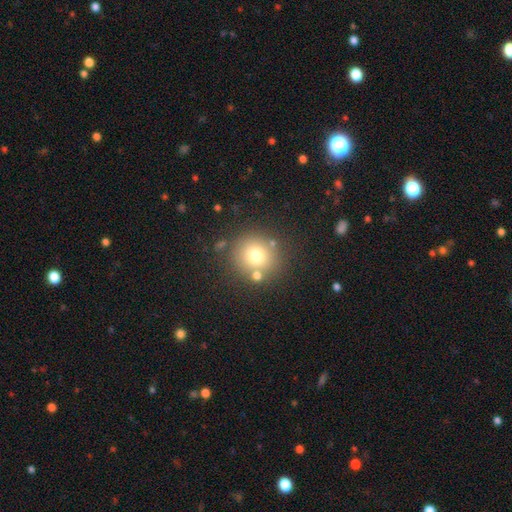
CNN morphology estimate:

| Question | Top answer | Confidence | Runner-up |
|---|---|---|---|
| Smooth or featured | smooth | 74% | star or artifact (14%) |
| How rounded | round | 90% | in between (9%) |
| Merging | none | 79% | minor disturbance (9%) |